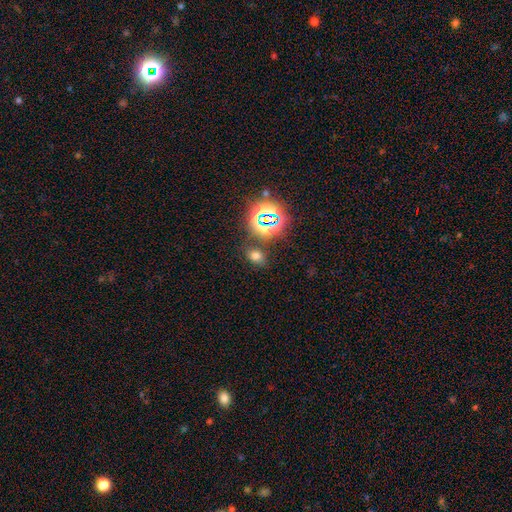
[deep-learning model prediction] The model was most divided on "smooth or featured": smooth: 63%, star or artifact: 29%, featured or disk: 8%. More confident: merging — none (79%); how rounded — in between (69%).